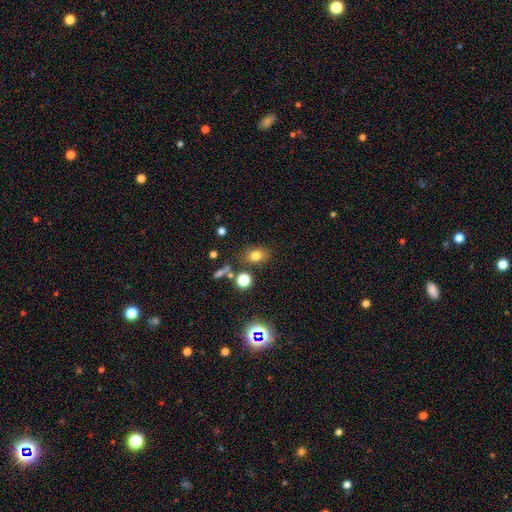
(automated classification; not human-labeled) Smooth or featured? smooth (74%)
How rounded? in between (64%)
Merging? none (76%)